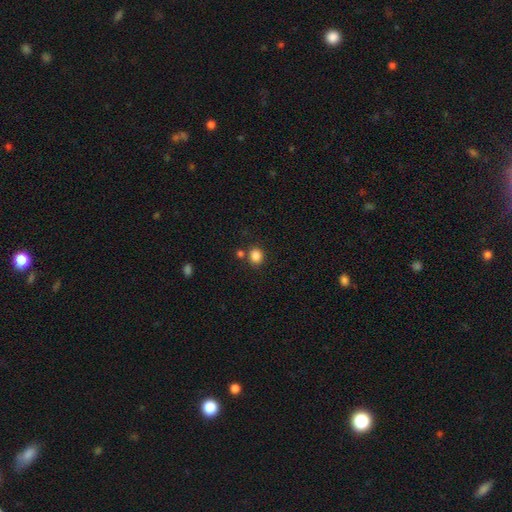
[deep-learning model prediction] A smooth galaxy with no disk features (84%) that is round (76%).

Vote fractions:
- Smooth or featured? smooth: 84% / star or artifact: 11% / featured or disk: 4%
- How rounded? round: 76% / in between: 23% / cigar-shaped: 1%
- Merging? none: 75% / merger: 12% / minor disturbance: 9% / major disturbance: 3%